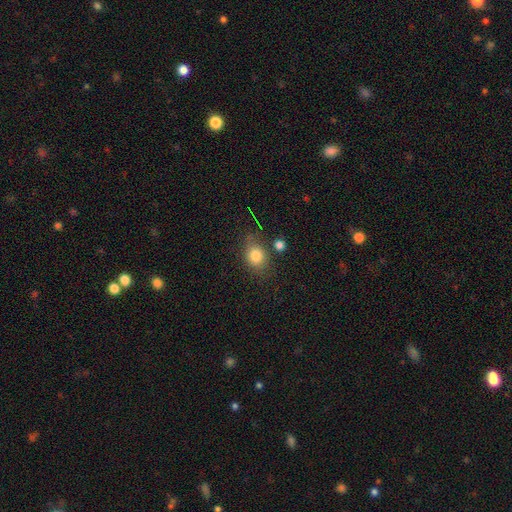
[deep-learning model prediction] Smooth or featured? Predicted: smooth (p=0.81). How rounded? Predicted: round (p=0.51). Merging? Predicted: none (p=0.68).